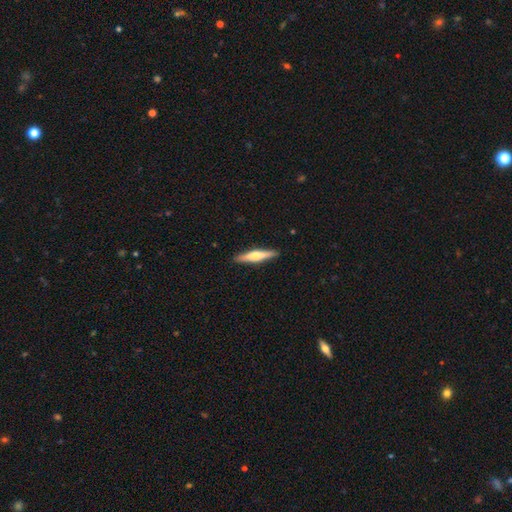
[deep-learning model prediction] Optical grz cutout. It shows a featured or disk galaxy (51%) viewed edge-on (96%). Merging: none (91%).